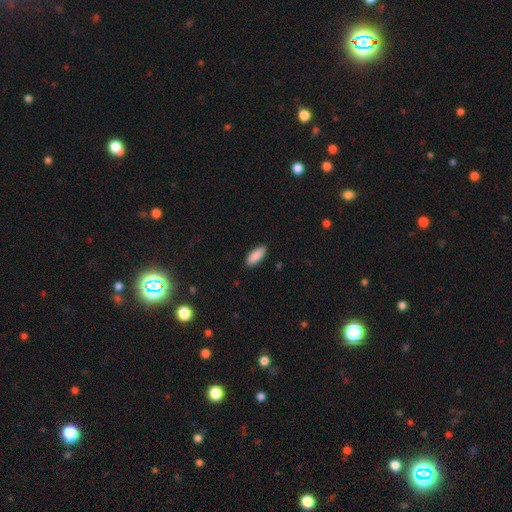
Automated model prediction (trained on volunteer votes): smooth 90%, star or artifact 6%, featured or disk 4%. Down the decision tree: how rounded — in between (80%); merging — none (88%).